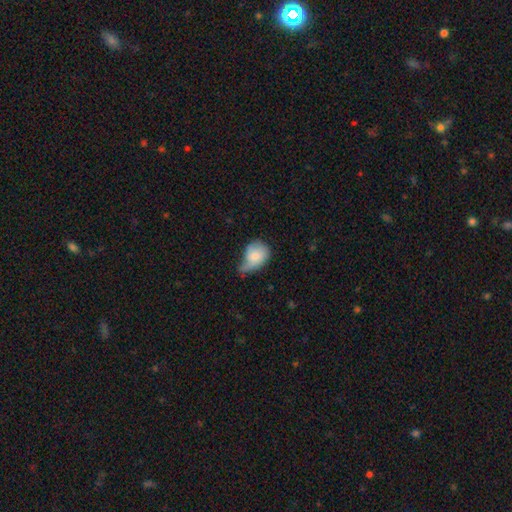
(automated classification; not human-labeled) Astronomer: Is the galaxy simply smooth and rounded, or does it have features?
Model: smooth — 75%.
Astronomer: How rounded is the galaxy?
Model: in between — 59% (runner-up: round, 40%).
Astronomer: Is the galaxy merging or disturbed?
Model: minor disturbance — 47% (runner-up: major disturbance, 27%).